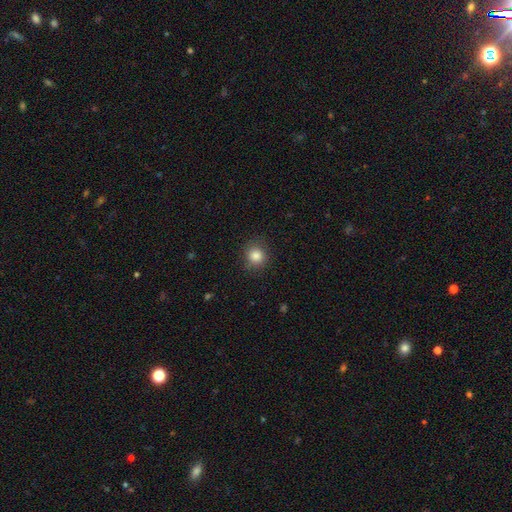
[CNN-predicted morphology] A smooth galaxy with no disk features (85%) that is round (88%).

Vote fractions:
- Smooth or featured? smooth: 85% / star or artifact: 11% / featured or disk: 5%
- How rounded? round: 88% / in between: 11% / cigar-shaped: 1%
- Merging? none: 87% / minor disturbance: 9% / major disturbance: 3% / merger: 1%